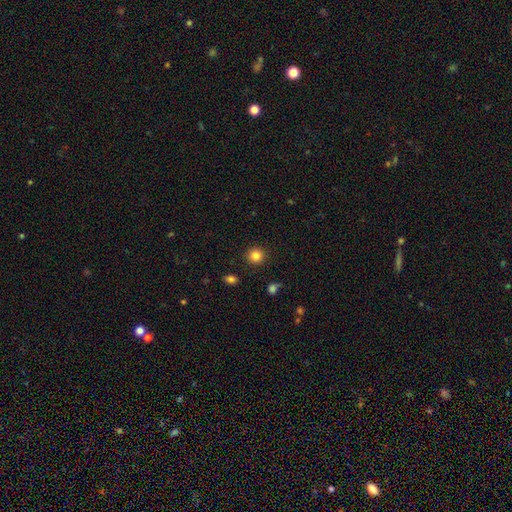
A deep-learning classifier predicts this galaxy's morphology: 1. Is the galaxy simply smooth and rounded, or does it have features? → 84% smooth, 11% star or artifact, 5% featured or disk.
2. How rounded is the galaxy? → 93% round, 6% in between, 1% cigar-shaped.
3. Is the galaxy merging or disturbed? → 91% none, 6% minor disturbance, 2% major disturbance, 2% merger.